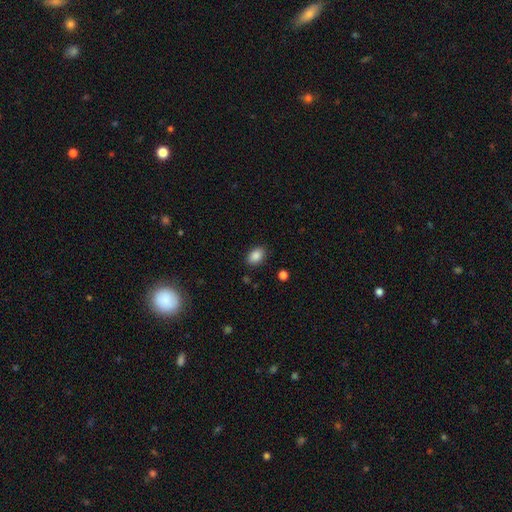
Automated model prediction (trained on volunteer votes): Q: Smooth or featured?
A: smooth (87%); runner-up: star or artifact (8%)
Q: How rounded?
A: in between (85%); runner-up: round (13%)
Q: Merging?
A: none (86%); runner-up: minor disturbance (10%)